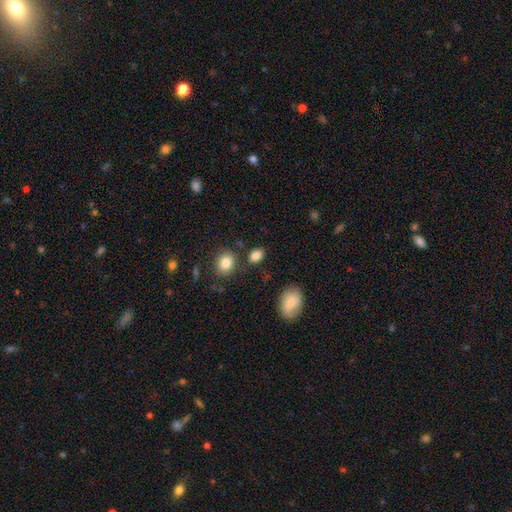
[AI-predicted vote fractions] Smooth or featured?
  - smooth: 85% *
  - star or artifact: 9%
  - featured or disk: 6%
How rounded?
  - in between: 79% *
  - round: 19%
  - cigar-shaped: 2%
Merging?
  - none: 76% *
  - minor disturbance: 12%
  - merger: 8%
  - major disturbance: 4%